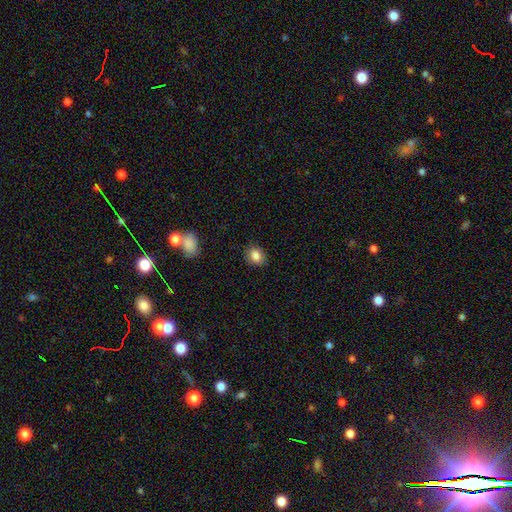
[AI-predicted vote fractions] This appears to be a smooth galaxy with no disk features (84%) that is round (55%). Merging: none (85%).